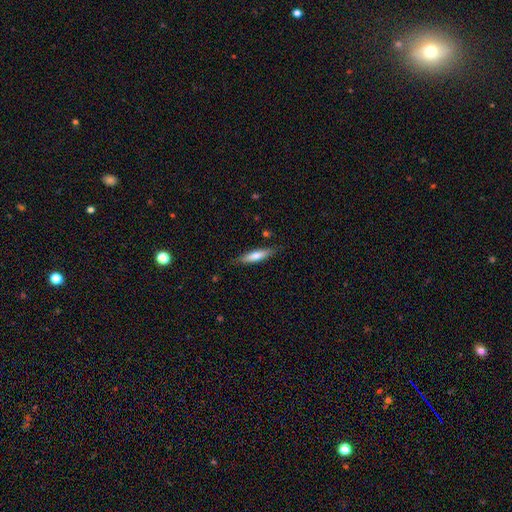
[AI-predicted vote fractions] The model was most divided on "smooth or featured": smooth: 69%, featured or disk: 25%, star or artifact: 6%. More confident: merging — none (83%); how rounded — cigar-shaped (77%).